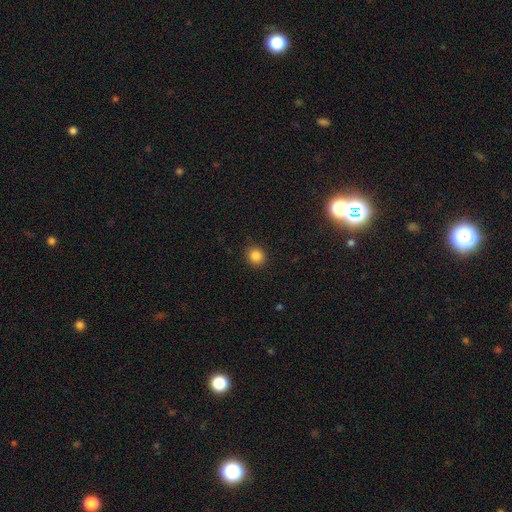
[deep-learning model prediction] The model was most divided on "how rounded": round: 84%, in between: 15%, cigar-shaped: 1%. More confident: merging — none (91%); smooth or featured — smooth (85%).